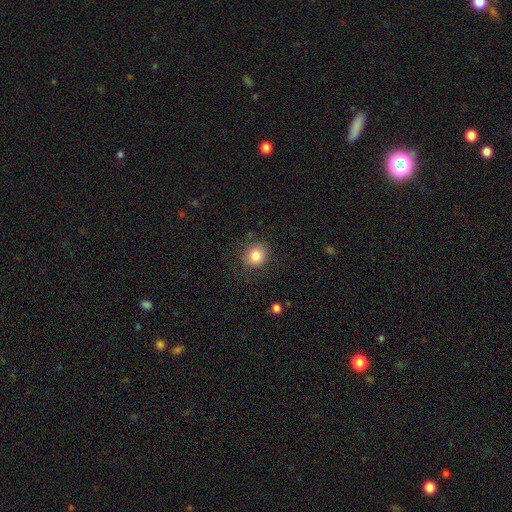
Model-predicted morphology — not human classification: type=smooth (83%); roundness=round (81%); merging=none (83%).